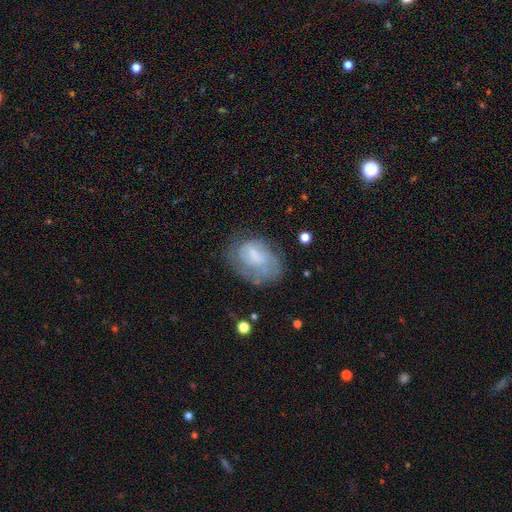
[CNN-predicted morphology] Overall: featured or disk (52%; smooth 39%). Edge-on disk: no (97%). Bar: no (47%; weak 42%). Spiral arms: yes (59%; no 41%). Bulge size: none (34%; small 29%). Merging: none (52%; minor disturbance 26%).